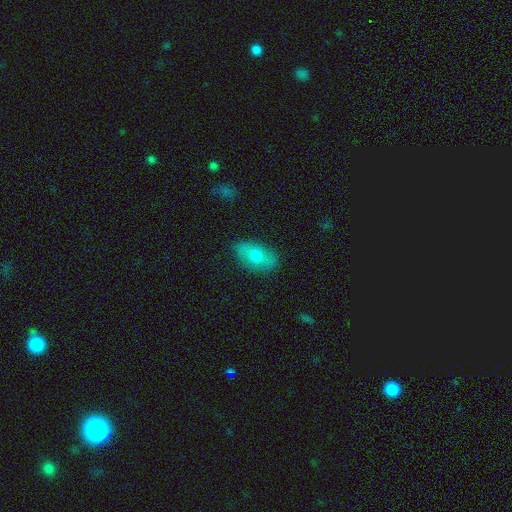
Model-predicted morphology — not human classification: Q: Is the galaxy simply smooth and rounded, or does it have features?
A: smooth — 70%.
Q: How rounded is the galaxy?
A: in between — 90%.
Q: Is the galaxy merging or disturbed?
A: none — 82%.